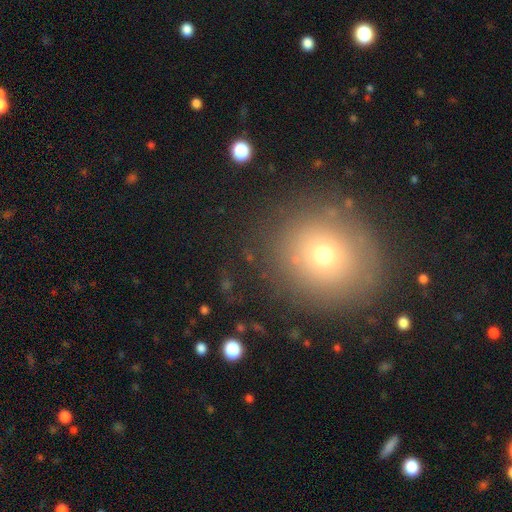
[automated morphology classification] Overall: smooth (57%; star or artifact 24%). How rounded: round (85%). Merging: none (85%).